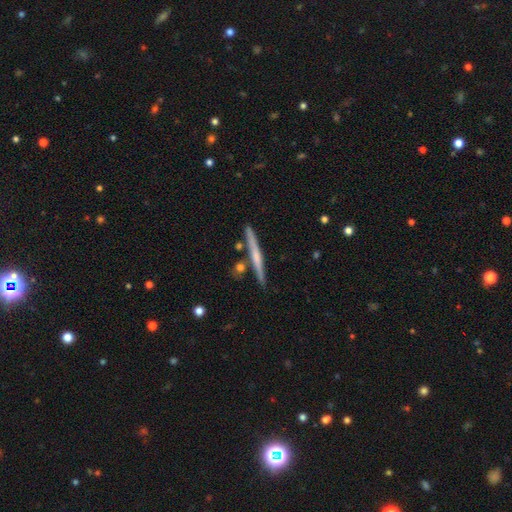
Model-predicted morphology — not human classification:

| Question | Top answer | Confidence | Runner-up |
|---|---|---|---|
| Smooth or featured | featured or disk | 53% | smooth (41%) |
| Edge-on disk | yes | 97% | no (3%) |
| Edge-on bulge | none | 58% | rounded (34%) |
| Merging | none | 85% | minor disturbance (9%) |